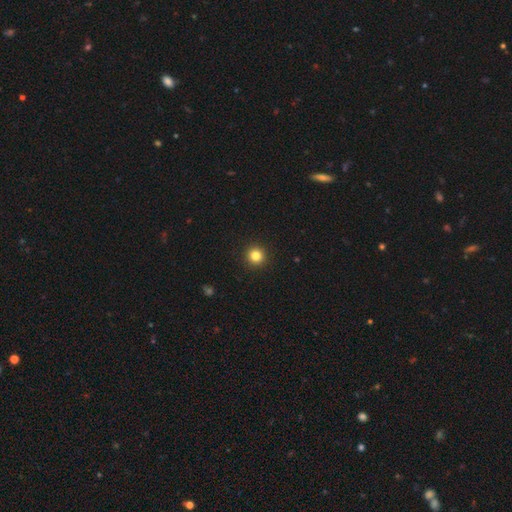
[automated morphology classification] Smooth or featured? Predicted: smooth (p=0.83). How rounded? Predicted: round (p=0.96). Merging? Predicted: none (p=0.94).